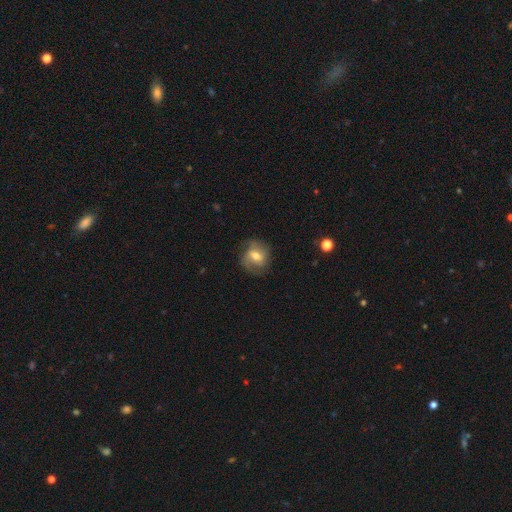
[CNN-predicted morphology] Overall: featured or disk (48%; smooth 43%). Merging: none (68%).